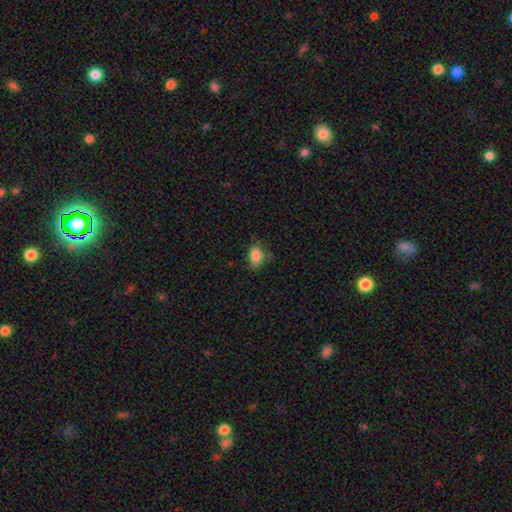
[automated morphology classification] smooth 86%, star or artifact 9%, featured or disk 5%. Down the decision tree: how rounded — in between (84%); merging — none (71%).